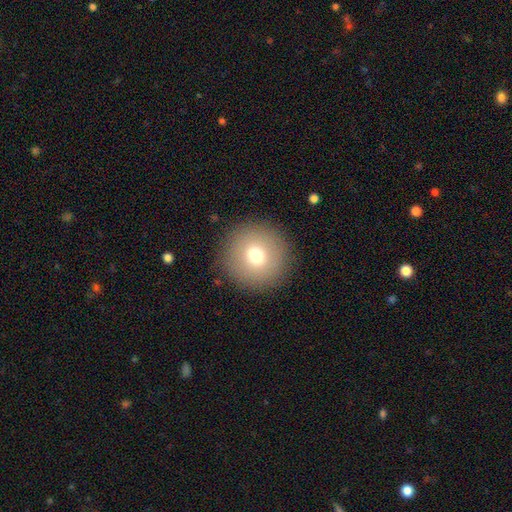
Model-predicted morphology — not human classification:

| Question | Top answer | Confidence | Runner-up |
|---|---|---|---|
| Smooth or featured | smooth | 72% | featured or disk (15%) |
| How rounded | round | 96% | in between (3%) |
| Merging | none | 90% | minor disturbance (6%) |